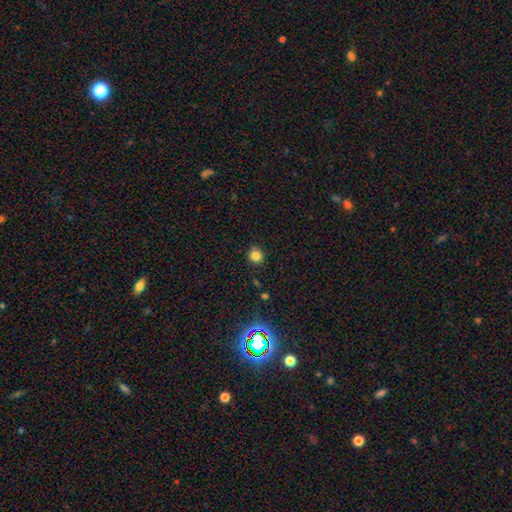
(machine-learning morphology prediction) This is clearly a smooth galaxy (81%). How rounded: clearly round (87%). Merging: clearly none (87%).